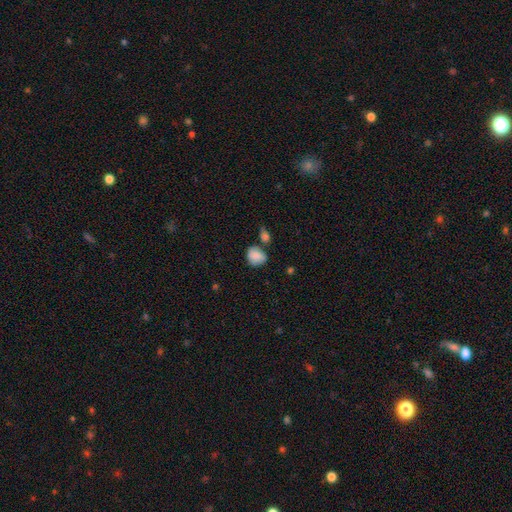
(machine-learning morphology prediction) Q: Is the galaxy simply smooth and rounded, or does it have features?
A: smooth — 80%.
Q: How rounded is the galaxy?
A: round — 64%.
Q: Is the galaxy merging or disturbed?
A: none — 50%.